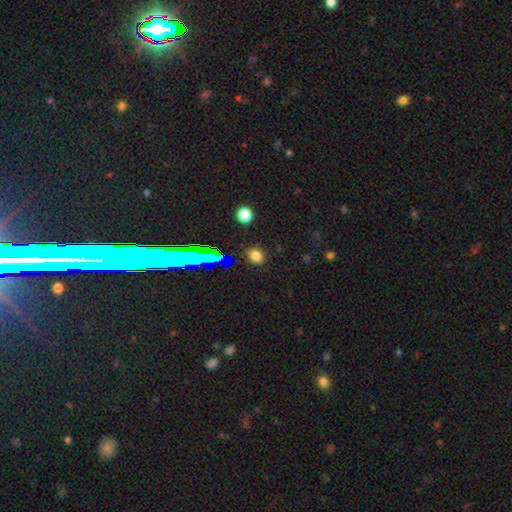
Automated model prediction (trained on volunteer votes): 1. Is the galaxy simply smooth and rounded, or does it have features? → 74% smooth, 20% star or artifact, 6% featured or disk.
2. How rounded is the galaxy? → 60% round, 38% in between, 1% cigar-shaped.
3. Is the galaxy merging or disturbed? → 87% none, 8% minor disturbance, 3% major disturbance, 2% merger.